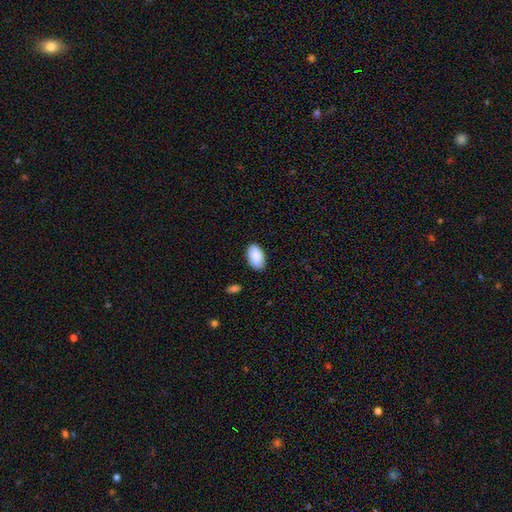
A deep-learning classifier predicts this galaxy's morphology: Smooth or featured? smooth (90%)
How rounded? in between (95%)
Merging? none (85%)